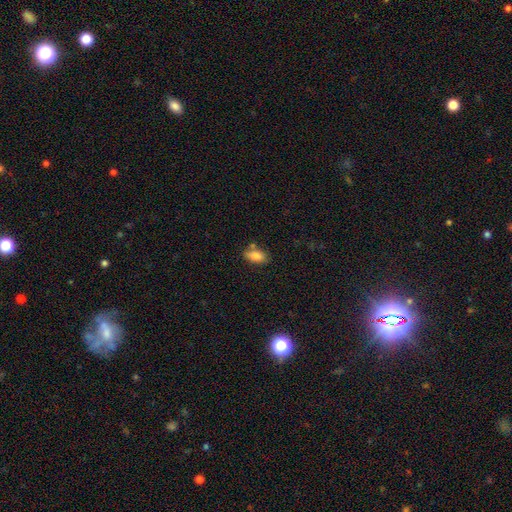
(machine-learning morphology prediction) Smooth or featured: smooth — 85% (star or artifact — 8%)
How rounded: in between — 90% (cigar-shaped — 6%)
Merging: none — 68% (minor disturbance — 18%)